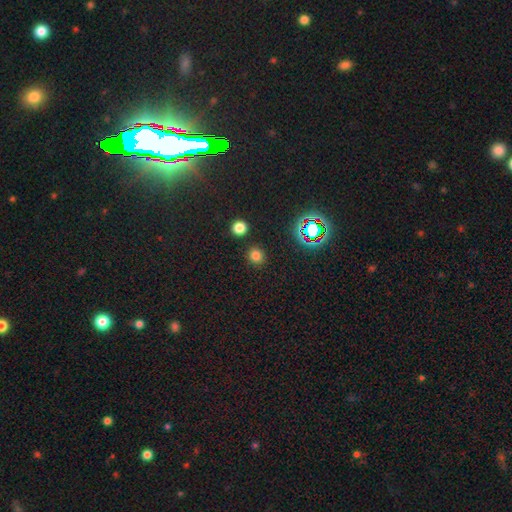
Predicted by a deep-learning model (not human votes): The model was most divided on "smooth or featured": smooth: 75%, star or artifact: 20%, featured or disk: 5%. More confident: how rounded — round (89%); merging — none (88%).